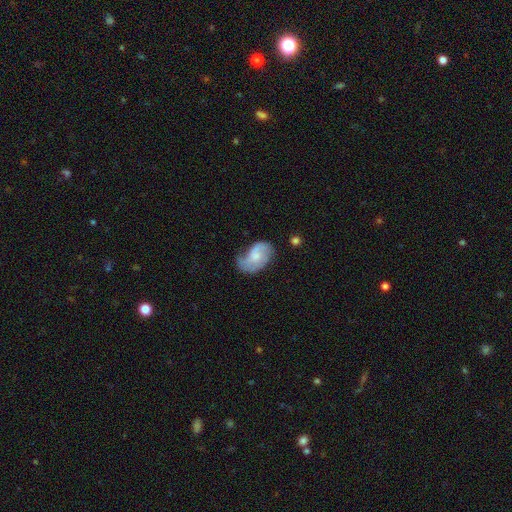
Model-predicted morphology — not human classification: Smooth or featured: featured or disk — 58% (smooth — 35%)
Edge-on disk: no — 97% (yes — 3%)
Bar: no — 65% (weak — 31%)
Spiral arms: yes — 84% (no — 16%)
Bulge size: small — 37% (tied with moderate — 37%)
Merging: none — 39% (minor disturbance — 35%)